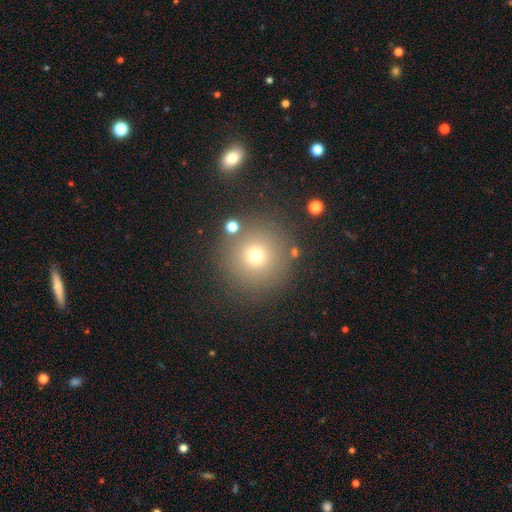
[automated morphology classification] Q: Smooth or featured?
A: smooth (69%); runner-up: star or artifact (19%)
Q: How rounded?
A: round (95%); runner-up: in between (4%)
Q: Merging?
A: none (85%); runner-up: minor disturbance (7%)